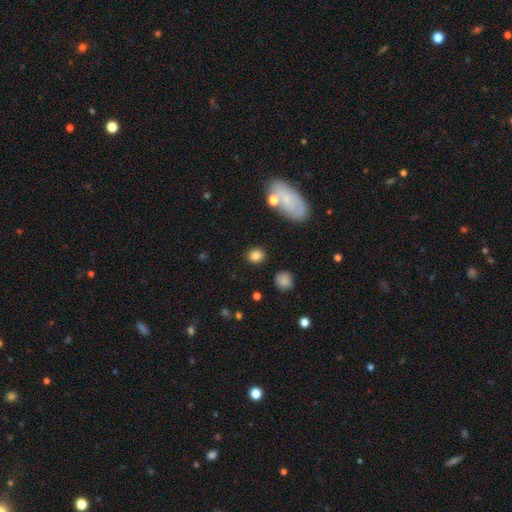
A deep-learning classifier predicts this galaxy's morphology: smooth-or-featured: smooth: 83% | star or artifact: 10% | featured or disk: 7%
  how-rounded: round: 66% | in between: 32% | cigar-shaped: 2%
  merging: none: 84% | minor disturbance: 9% | merger: 3% | major disturbance: 3%